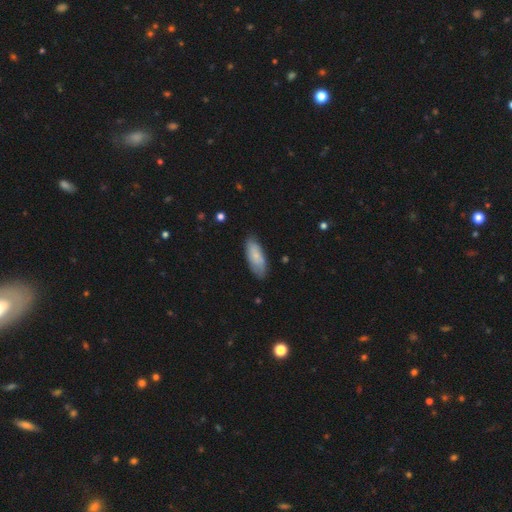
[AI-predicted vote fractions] Q: Smooth or featured?
A: smooth (70%); runner-up: featured or disk (24%)
Q: How rounded?
A: in between (77%); runner-up: cigar-shaped (21%)
Q: Merging?
A: none (78%); runner-up: minor disturbance (18%)